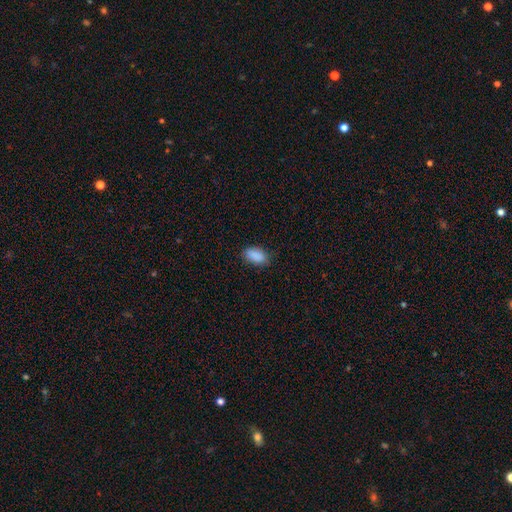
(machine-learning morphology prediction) Smooth or featured? Predicted: smooth (p=0.89). How rounded? Predicted: in between (p=0.92). Merging? Predicted: none (p=0.82).